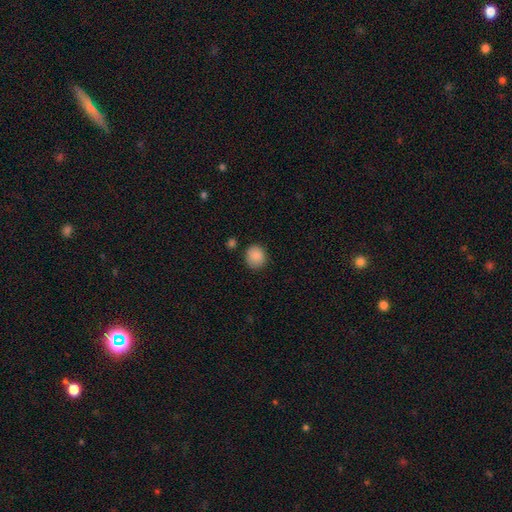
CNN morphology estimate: The model was most divided on "how rounded": round: 77%, in between: 22%, cigar-shaped: 1%. More confident: smooth or featured — smooth (87%); merging — none (84%).